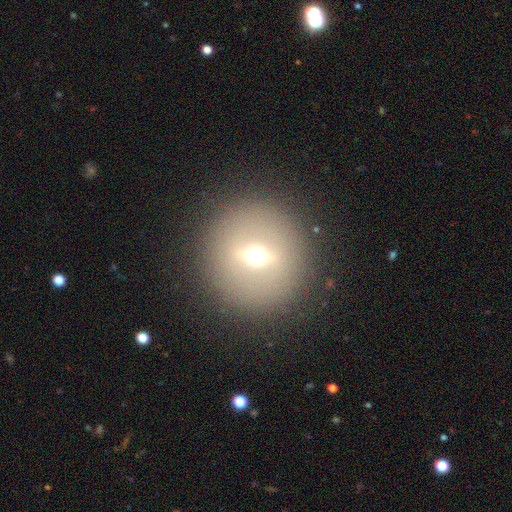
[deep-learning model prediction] A featured or disk galaxy (50%). Merging: none (89%).